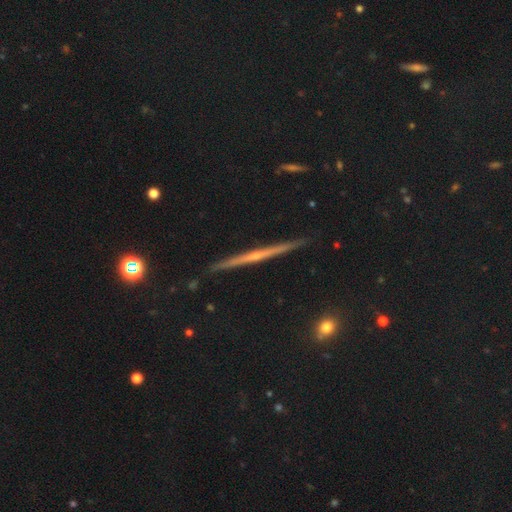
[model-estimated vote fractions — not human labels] Q: Smooth or featured?
A: featured or disk (75%); runner-up: smooth (15%)
Q: Edge-on disk?
A: yes (98%); runner-up: no (2%)
Q: Edge-on bulge?
A: rounded (51%); runner-up: none (42%)
Q: Merging?
A: none (91%); runner-up: minor disturbance (6%)